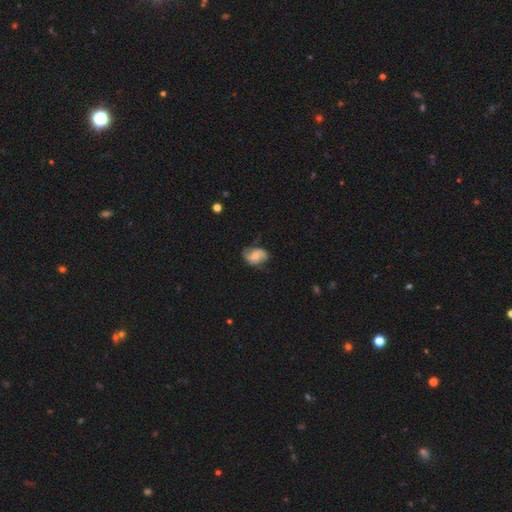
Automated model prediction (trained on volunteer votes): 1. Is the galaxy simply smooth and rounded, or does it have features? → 66% featured or disk, 27% smooth, 7% star or artifact.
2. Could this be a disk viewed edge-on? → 97% no, 3% yes.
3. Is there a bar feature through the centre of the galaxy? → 55% no, 37% weak, 8% strong.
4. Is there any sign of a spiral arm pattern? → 92% yes, 8% no.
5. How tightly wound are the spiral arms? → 44% medium, 37% loose, 18% tight.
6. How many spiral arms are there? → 86% 2, 6% can't tell, 3% 1, 2% 3, 1% 4, 1% more than 4.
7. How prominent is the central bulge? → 41% moderate, 33% small, 15% none, 10% large, 2% dominant.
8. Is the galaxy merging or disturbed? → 66% none, 23% minor disturbance, 9% major disturbance, 2% merger.